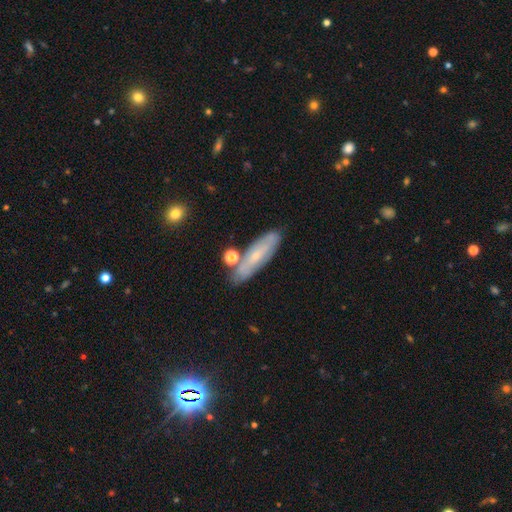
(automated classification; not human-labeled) Smooth or featured? featured or disk (47%)
Merging? none (74%)